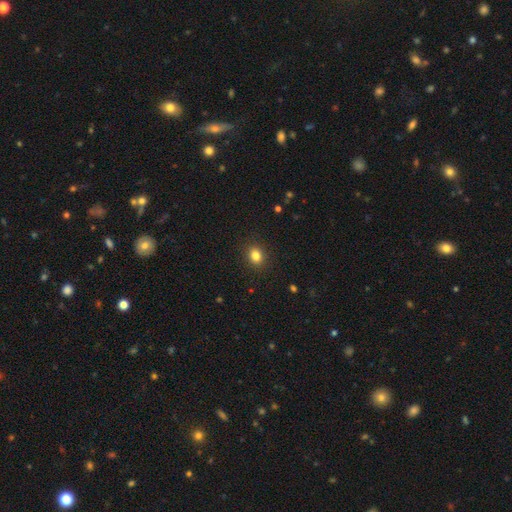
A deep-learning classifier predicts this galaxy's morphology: The model was most divided on "how rounded": round: 51%, in between: 48%, cigar-shaped: 1%. More confident: merging — none (90%); smooth or featured — smooth (83%).